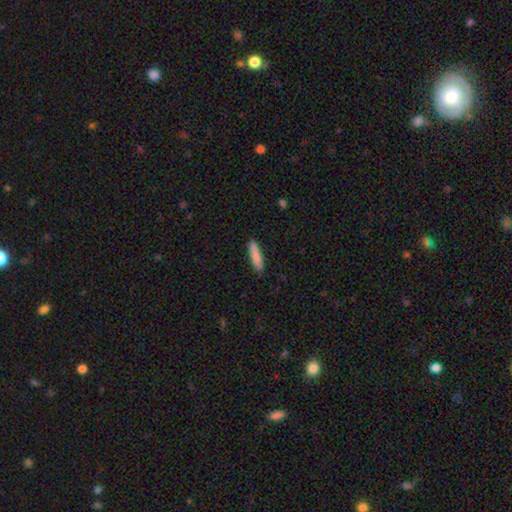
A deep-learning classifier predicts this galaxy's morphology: smooth-or-featured: smooth: 85% | featured or disk: 9% | star or artifact: 6%
  how-rounded: cigar-shaped: 84% | in between: 14% | round: 1%
  merging: none: 88% | minor disturbance: 9% | major disturbance: 2% | merger: 1%